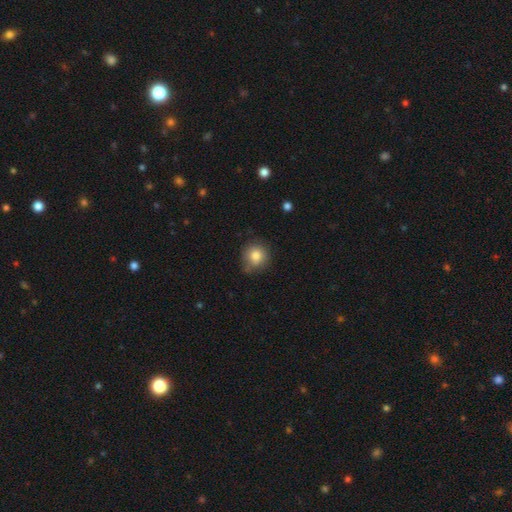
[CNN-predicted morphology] Smooth or featured? smooth (82%)
How rounded? round (89%)
Merging? none (73%)